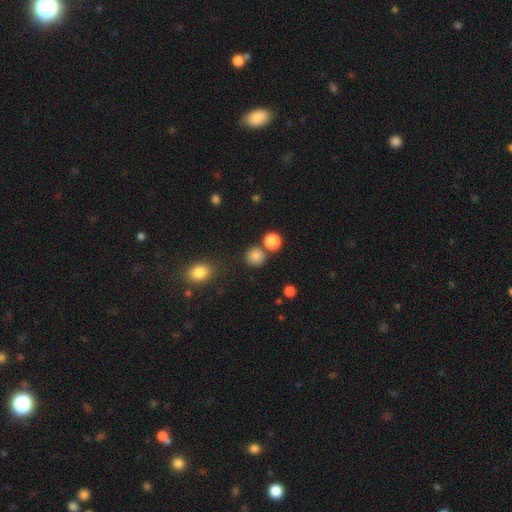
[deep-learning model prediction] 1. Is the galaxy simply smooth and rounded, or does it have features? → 83% smooth, 12% star or artifact, 5% featured or disk.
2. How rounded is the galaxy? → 91% round, 8% in between, 1% cigar-shaped.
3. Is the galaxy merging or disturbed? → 78% none, 11% merger, 8% minor disturbance, 3% major disturbance.